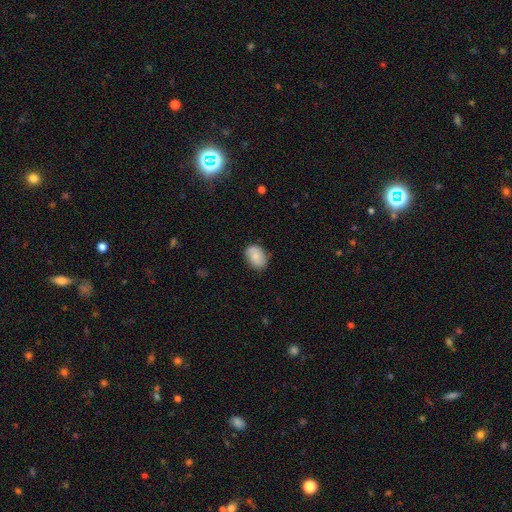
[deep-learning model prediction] smooth-or-featured: smooth: 80% | featured or disk: 13% | star or artifact: 7%
  how-rounded: in between: 80% | round: 19% | cigar-shaped: 1%
  merging: none: 78% | minor disturbance: 17% | major disturbance: 3% | merger: 1%